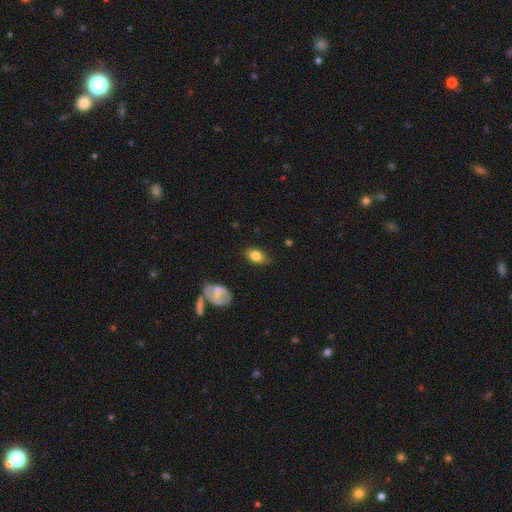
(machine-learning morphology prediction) Smooth or featured? Predicted: smooth (p=0.78). How rounded? Predicted: in between (p=0.85). Merging? Predicted: none (p=0.73).